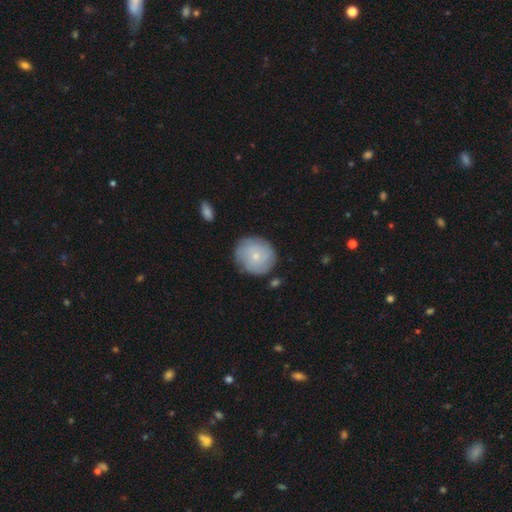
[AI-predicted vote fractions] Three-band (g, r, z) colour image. It shows a smooth galaxy with no disk features (56%) that is round (85%). Merging: none (80%).